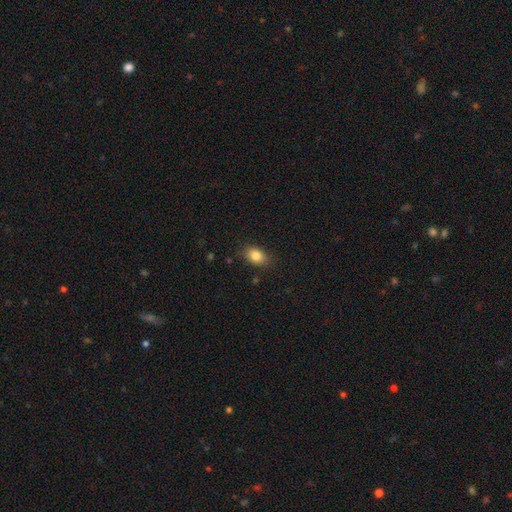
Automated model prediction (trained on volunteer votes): The model was most divided on "how rounded": in between: 82%, round: 16%, cigar-shaped: 2%. More confident: smooth or featured — smooth (84%); merging — none (83%).